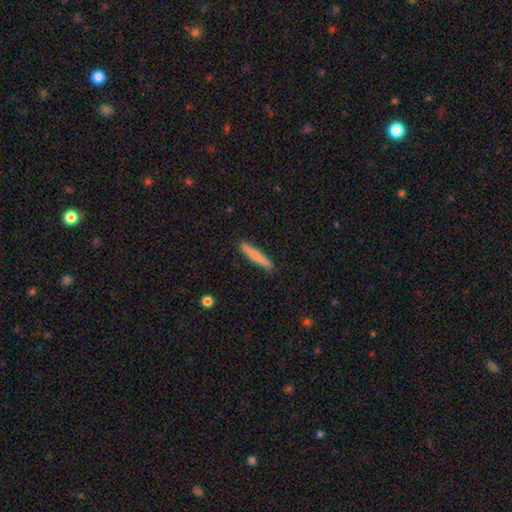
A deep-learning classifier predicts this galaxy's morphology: The model was most divided on "smooth or featured": smooth: 76%, featured or disk: 18%, star or artifact: 6%. More confident: how rounded — cigar-shaped (94%); merging — none (90%).